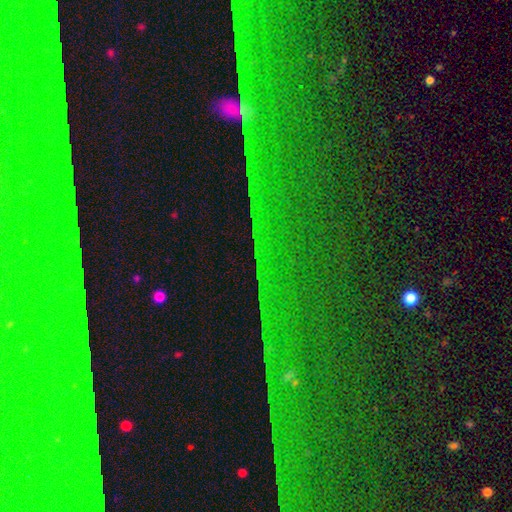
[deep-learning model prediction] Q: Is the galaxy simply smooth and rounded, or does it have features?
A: star or artifact — 82%.